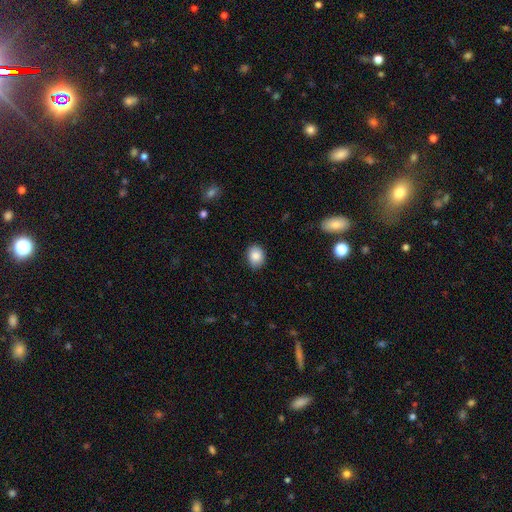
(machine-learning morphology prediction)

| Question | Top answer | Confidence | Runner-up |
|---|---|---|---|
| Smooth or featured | smooth | 87% | star or artifact (8%) |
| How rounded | in between | 58% | round (41%) |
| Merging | none | 83% | minor disturbance (14%) |